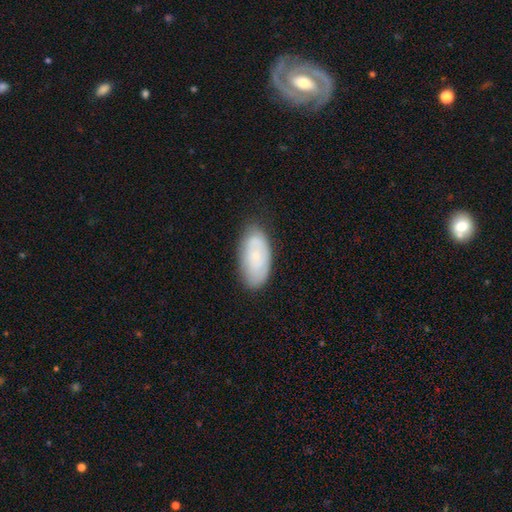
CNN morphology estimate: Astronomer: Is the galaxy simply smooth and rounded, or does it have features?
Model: smooth — 60%.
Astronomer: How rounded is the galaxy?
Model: in between — 94%.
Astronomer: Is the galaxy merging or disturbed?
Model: none — 76%.